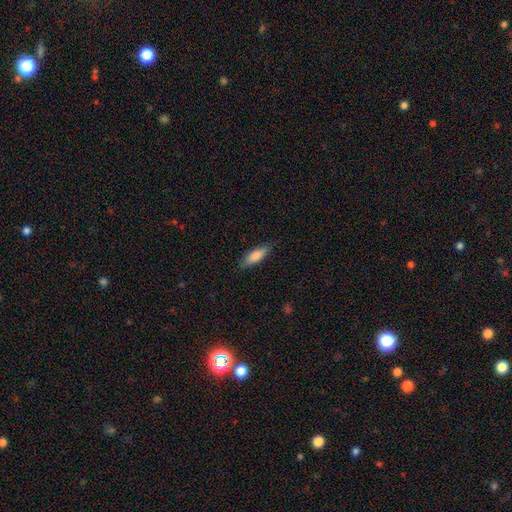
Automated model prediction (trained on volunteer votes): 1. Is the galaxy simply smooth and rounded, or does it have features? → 78% smooth, 16% featured or disk, 6% star or artifact.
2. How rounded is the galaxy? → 52% in between, 46% cigar-shaped, 2% round.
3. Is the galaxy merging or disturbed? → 84% none, 13% minor disturbance, 3% major disturbance, 1% merger.